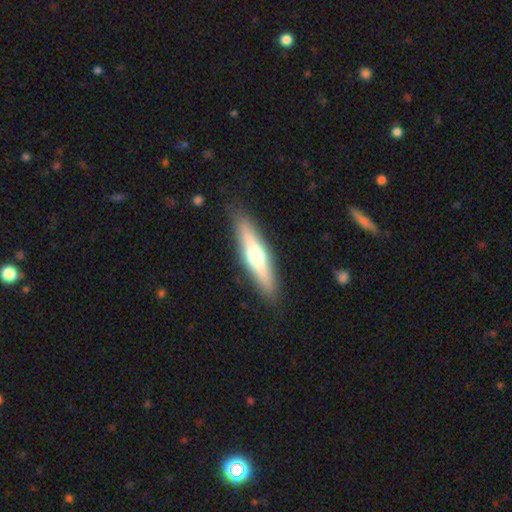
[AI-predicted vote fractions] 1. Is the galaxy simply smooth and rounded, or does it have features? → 48% featured or disk, 45% smooth, 7% star or artifact.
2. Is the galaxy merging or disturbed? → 89% none, 8% minor disturbance, 2% major disturbance, 1% merger.